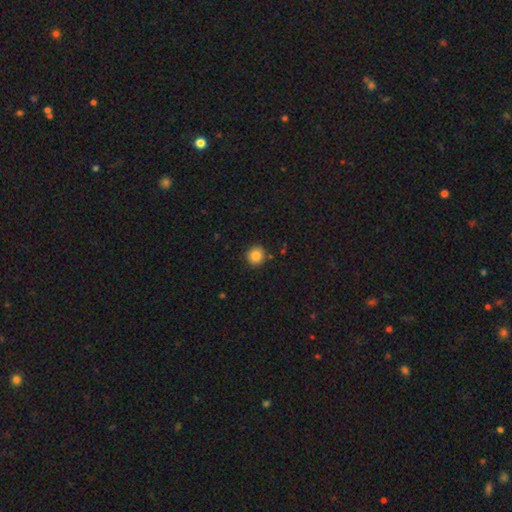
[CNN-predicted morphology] type=smooth (86%); roundness=round (91%); merging=none (88%).